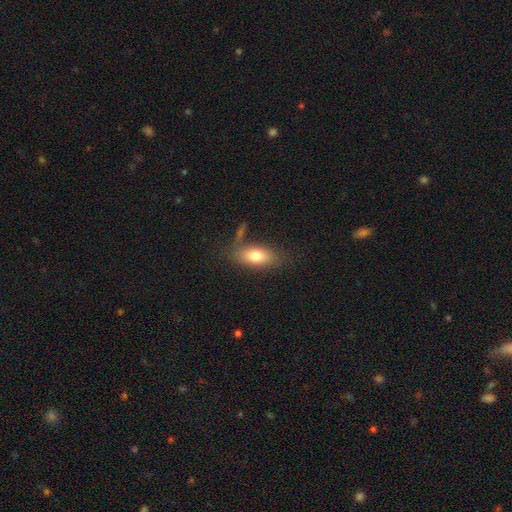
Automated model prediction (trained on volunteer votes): The model was most divided on "merging": none: 65%, minor disturbance: 17%, merger: 10%, major disturbance: 8%. More confident: how rounded — in between (88%); smooth or featured — smooth (76%).